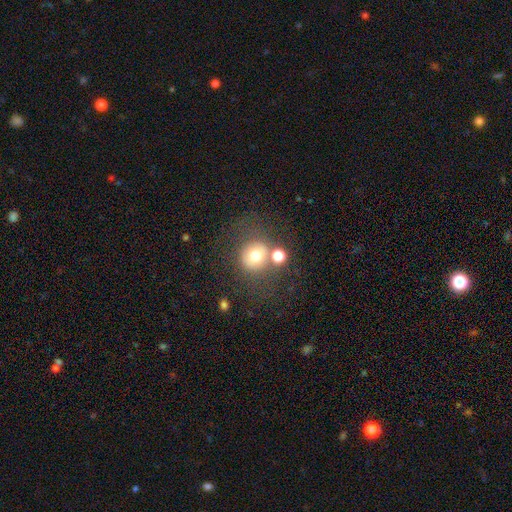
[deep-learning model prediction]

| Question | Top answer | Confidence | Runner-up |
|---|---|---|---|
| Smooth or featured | smooth | 69% | featured or disk (16%) |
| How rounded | round | 89% | in between (10%) |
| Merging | none | 59% | merger (20%) |